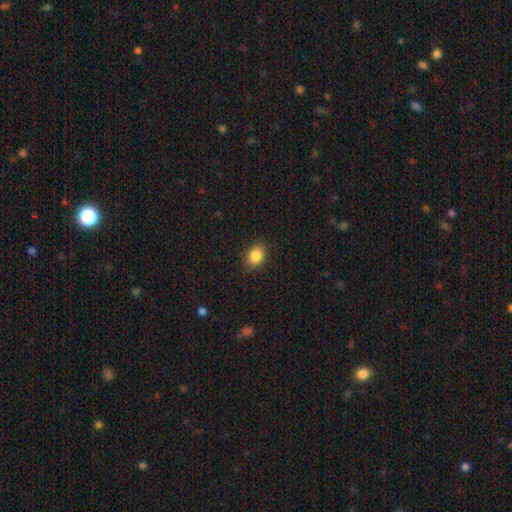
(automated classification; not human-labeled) A smooth galaxy with no disk features (86%) that is in between round and cigar-shaped (67%). Merging: none (87%).